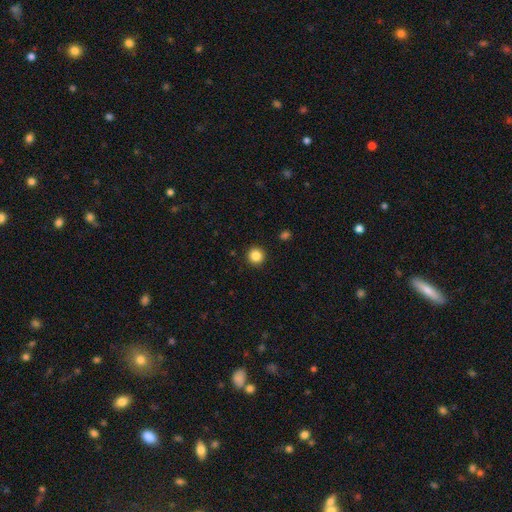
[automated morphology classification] Smooth or featured: smooth — 85% (star or artifact — 11%)
How rounded: round — 95% (in between — 4%)
Merging: none — 93% (minor disturbance — 4%)